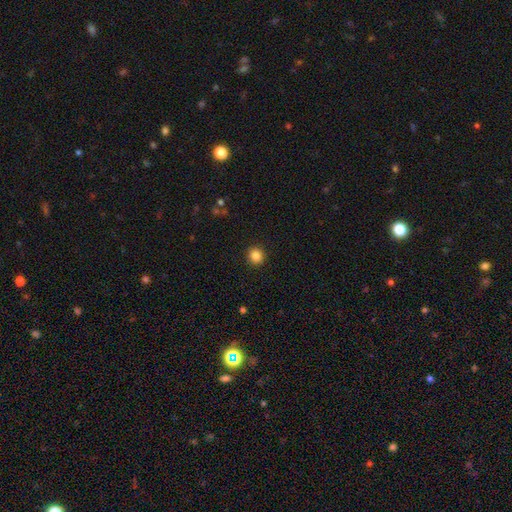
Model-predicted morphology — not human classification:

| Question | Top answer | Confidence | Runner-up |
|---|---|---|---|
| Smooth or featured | smooth | 85% | star or artifact (11%) |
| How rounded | round | 91% | in between (8%) |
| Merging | none | 92% | minor disturbance (5%) |